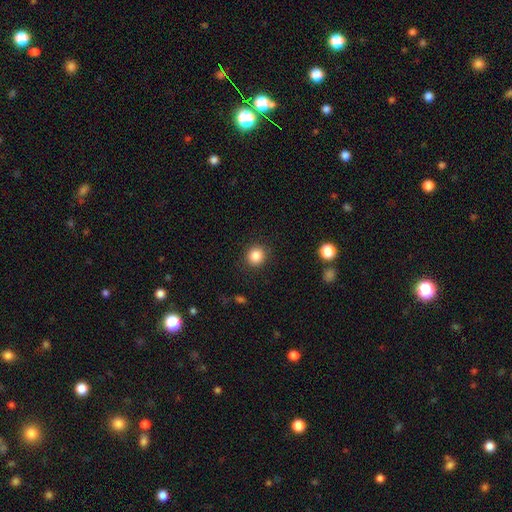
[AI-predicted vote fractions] smooth-or-featured: smooth: 86% | star or artifact: 10% | featured or disk: 4%
  how-rounded: round: 89% | in between: 10% | cigar-shaped: 1%
  merging: none: 90% | minor disturbance: 7% | major disturbance: 3% | merger: 1%